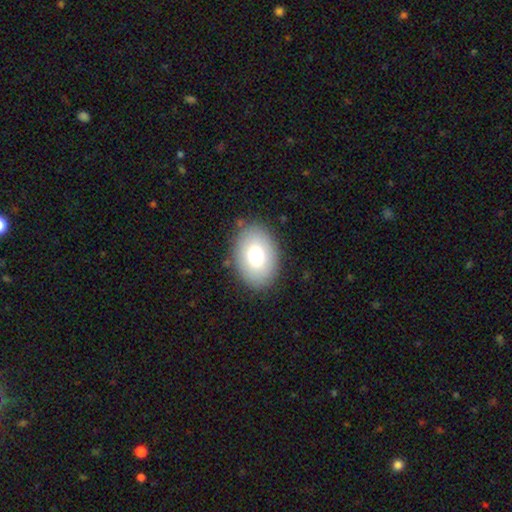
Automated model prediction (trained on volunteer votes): This is likely a smooth galaxy (79%). How rounded: clearly in between (87%). Merging: clearly none (85%).